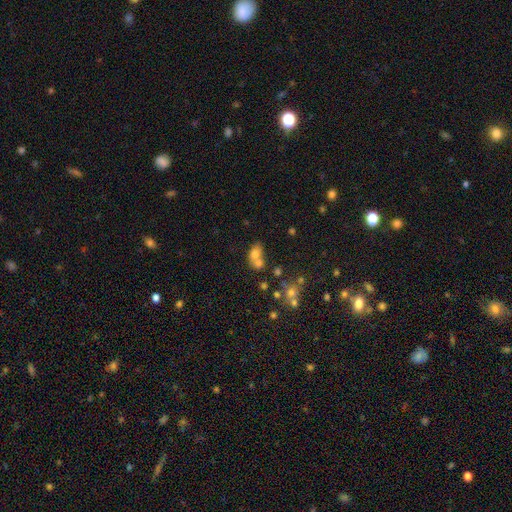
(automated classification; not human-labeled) A smooth galaxy with no disk features (68%) that is in between round and cigar-shaped (59%).

Vote fractions:
- Smooth or featured? smooth: 68% / featured or disk: 19% / star or artifact: 12%
- How rounded? in between: 59% / round: 40% / cigar-shaped: 2%
- Merging? merger: 57% / none: 29% / minor disturbance: 10% / major disturbance: 5%